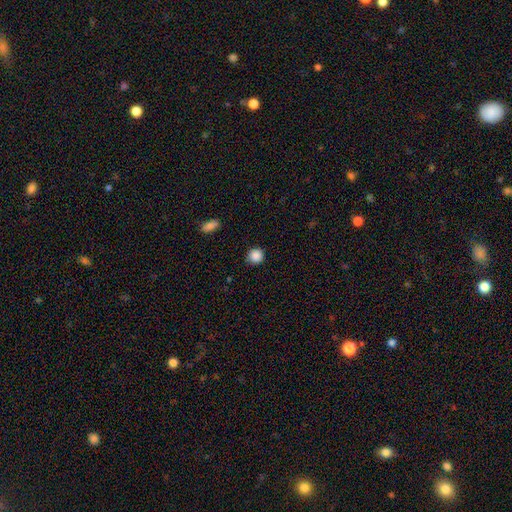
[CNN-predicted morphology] A smooth galaxy with no disk features (88%) that is round (93%).

Vote fractions:
- Smooth or featured? smooth: 88% / star or artifact: 9% / featured or disk: 3%
- How rounded? round: 93% / in between: 6% / cigar-shaped: 1%
- Merging? none: 88% / minor disturbance: 9% / major disturbance: 2% / merger: 1%